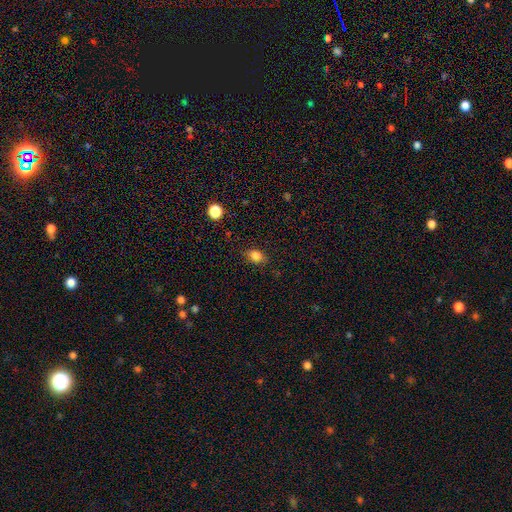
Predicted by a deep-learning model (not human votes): Smooth or featured: smooth — 83% (star or artifact — 11%)
How rounded: in between — 69% (round — 29%)
Merging: none — 82% (minor disturbance — 14%)